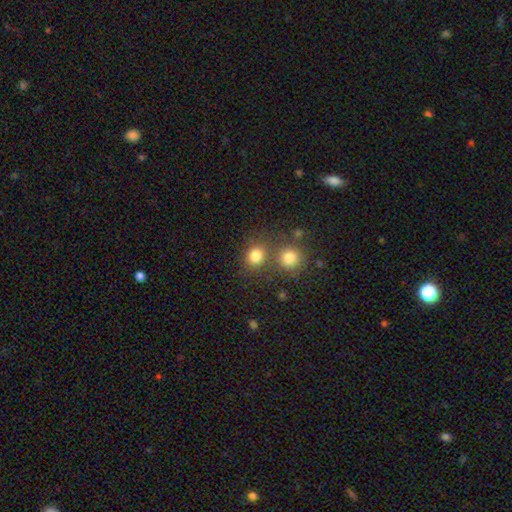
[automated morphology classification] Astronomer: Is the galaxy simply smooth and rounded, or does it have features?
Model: smooth — 81%.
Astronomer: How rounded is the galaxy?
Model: round — 78%.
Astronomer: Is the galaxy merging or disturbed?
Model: none — 61%.